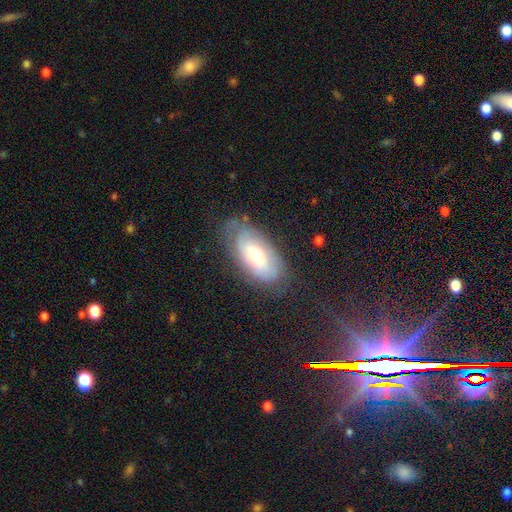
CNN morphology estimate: A featured or disk galaxy (46%). Merging: none (69%).